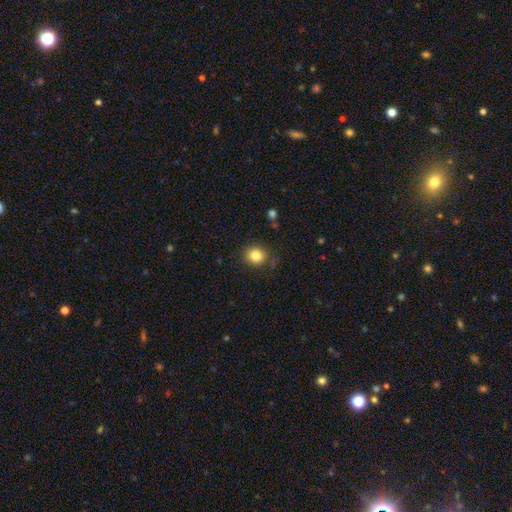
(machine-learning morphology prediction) Smooth or featured? Predicted: smooth (p=0.84). How rounded? Predicted: round (p=0.80). Merging? Predicted: none (p=0.84).